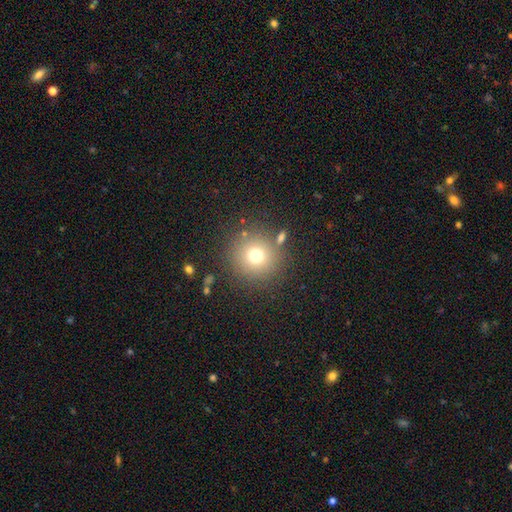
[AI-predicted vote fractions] smooth-or-featured: smooth: 72% | star or artifact: 16% | featured or disk: 12%
  how-rounded: round: 94% | in between: 5% | cigar-shaped: 1%
  merging: none: 83% | minor disturbance: 8% | merger: 5% | major disturbance: 4%